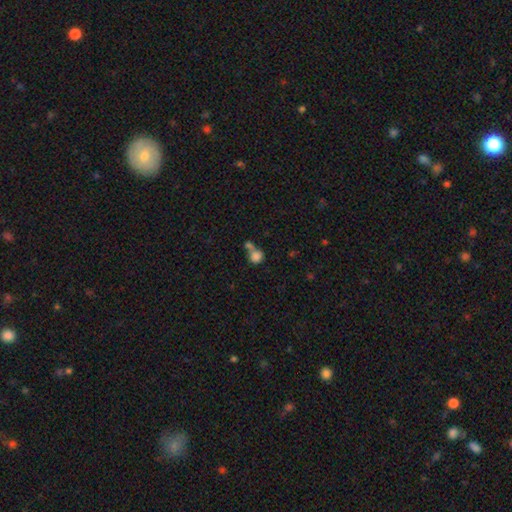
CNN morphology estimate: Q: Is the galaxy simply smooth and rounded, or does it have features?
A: smooth — 81%.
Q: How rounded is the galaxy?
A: round — 79%.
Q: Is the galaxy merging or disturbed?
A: merger — 52%.